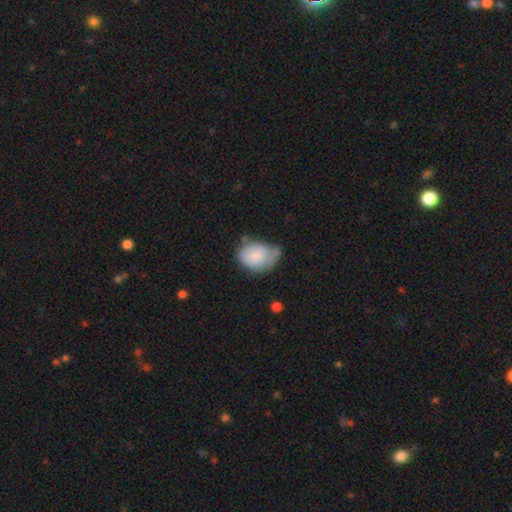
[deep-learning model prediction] Smooth or featured?
  - smooth: 74% *
  - featured or disk: 20%
  - star or artifact: 7%
How rounded?
  - in between: 72% *
  - round: 27%
  - cigar-shaped: 1%
Merging?
  - minor disturbance: 40% *
  - none: 30%
  - major disturbance: 20%
  - merger: 10%